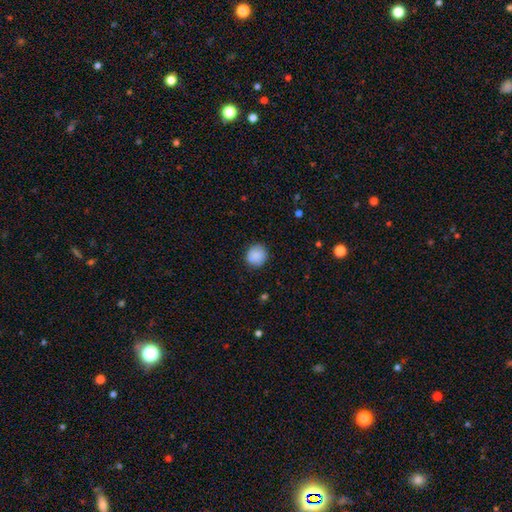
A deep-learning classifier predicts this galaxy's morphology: Smooth or featured? Predicted: smooth (p=0.89). How rounded? Predicted: round (p=0.89). Merging? Predicted: none (p=0.88).